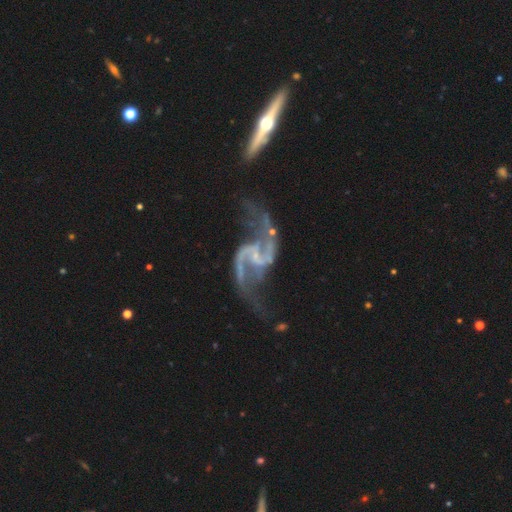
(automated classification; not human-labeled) A featured or disk galaxy (93%) with a weak bar (48%), 2 (94%) loose (76%) spiral arms (97%) and a small central bulge (53%).

Vote fractions:
- Smooth or featured? featured or disk: 93% / star or artifact: 5% / smooth: 3%
- Edge-on disk? no: 98% / yes: 2%
- Bar? weak: 48% / no: 29% / strong: 23%
- Spiral arms? yes: 97% / no: 3%
- Spiral winding? loose: 76% / medium: 20% / tight: 4%
- Spiral arm count? 2: 94% / can't tell: 1% / 1: 1% / 3: 1% / 4: 1% / more than 4: 1%
- Bulge size? small: 53% / none: 37% / moderate: 8% / large: 1% / dominant: 1%
- Merging? none: 53% / major disturbance: 21% / minor disturbance: 19% / merger: 7%